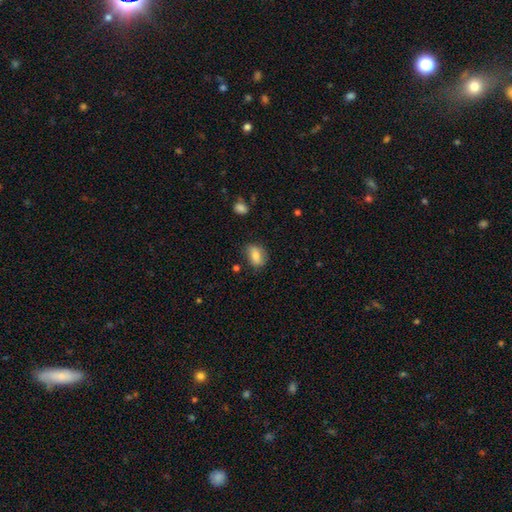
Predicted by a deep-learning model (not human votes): smooth_or_featured: smooth (p=0.79) [alt: featured or disk p=0.13]
how_rounded: in between (p=0.78) [alt: round p=0.19]
merging: none (p=0.71) [alt: minor disturbance p=0.22]